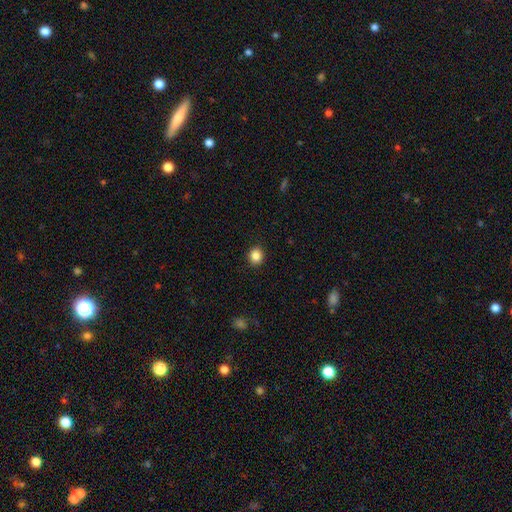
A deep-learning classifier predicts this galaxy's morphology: A smooth galaxy with no disk features (85%) that is round (80%). Merging: none (91%).